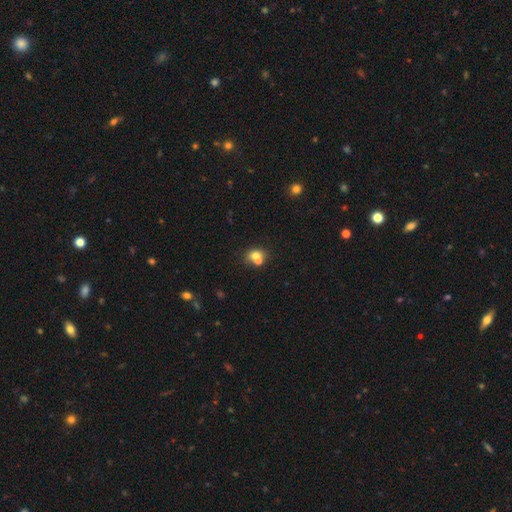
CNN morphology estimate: Overall: smooth (69%). How rounded: round (66%; in between 33%). Merging: merger (50%; none 38%).